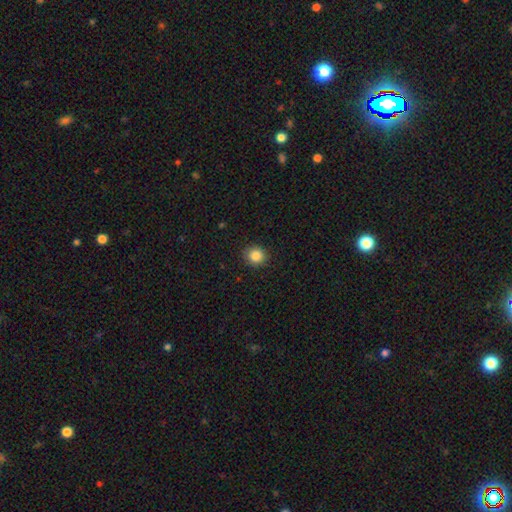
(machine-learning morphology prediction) type=smooth (86%); roundness=round (89%); merging=none (91%).